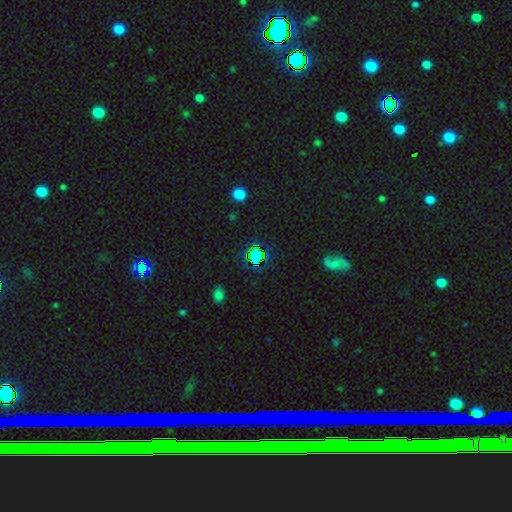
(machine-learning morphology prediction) type=star or artifact (73%).